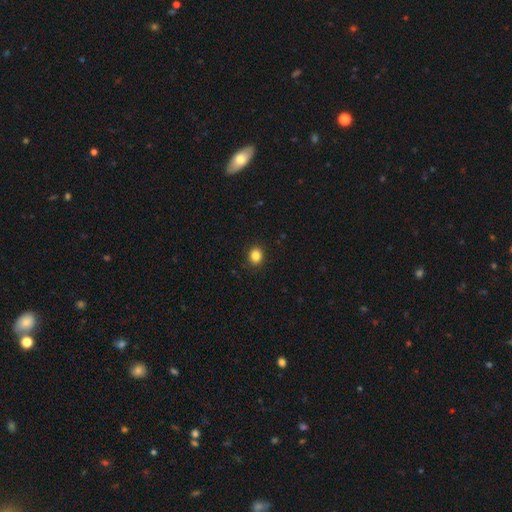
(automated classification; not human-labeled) Smooth or featured: smooth — 85% (star or artifact — 11%)
How rounded: round — 69% (in between — 31%)
Merging: none — 91% (minor disturbance — 6%)